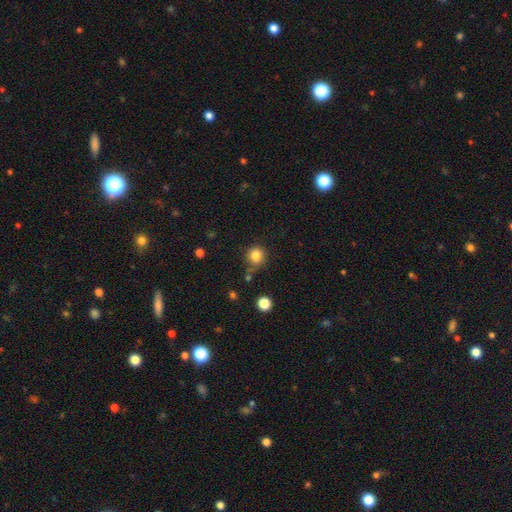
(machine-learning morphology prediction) The model was most divided on "merging": none: 76%, minor disturbance: 13%, merger: 7%, major disturbance: 4%. More confident: how rounded — round (92%); smooth or featured — smooth (83%).